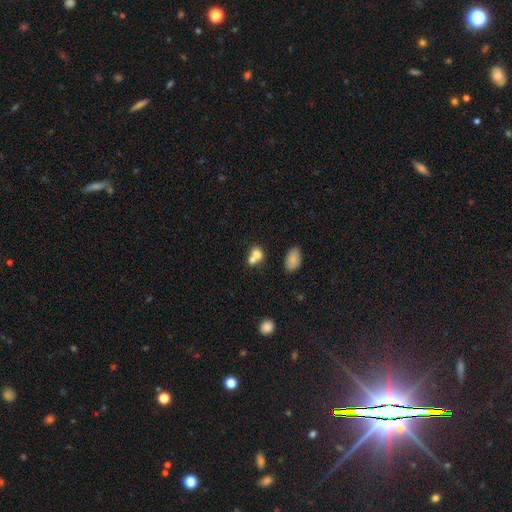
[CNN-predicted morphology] Smooth or featured?
  - smooth: 73% *
  - featured or disk: 16%
  - star or artifact: 11%
How rounded?
  - round: 58% *
  - in between: 40%
  - cigar-shaped: 2%
Merging?
  - merger: 61% *
  - none: 28%
  - minor disturbance: 7%
  - major disturbance: 3%